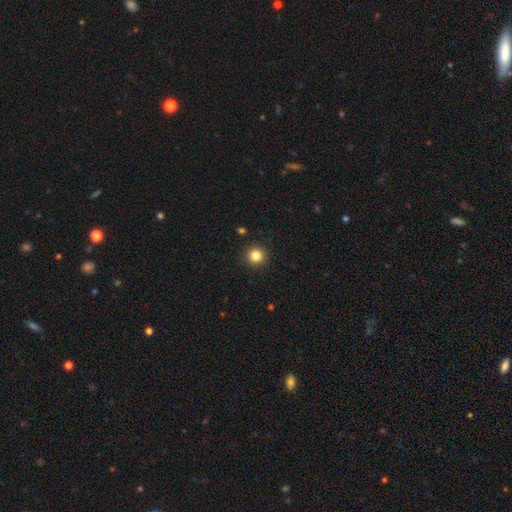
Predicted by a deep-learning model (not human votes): smooth 84%, star or artifact 11%, featured or disk 5%. Down the decision tree: how rounded — round (95%); merging — none (92%).